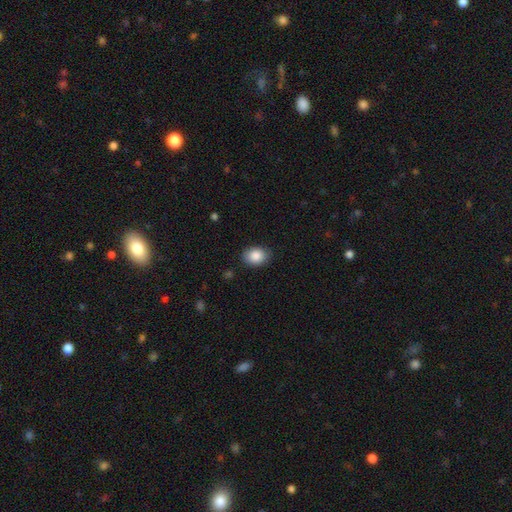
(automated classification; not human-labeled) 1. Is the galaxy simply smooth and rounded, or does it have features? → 87% smooth, 8% star or artifact, 5% featured or disk.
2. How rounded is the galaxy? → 68% in between, 31% round, 1% cigar-shaped.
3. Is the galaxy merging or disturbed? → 85% none, 12% minor disturbance, 3% major disturbance, 1% merger.